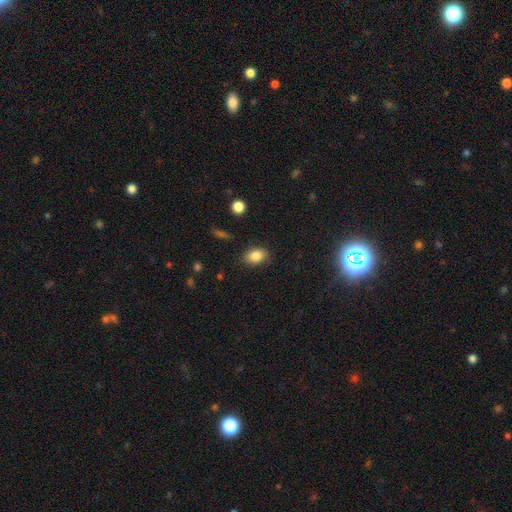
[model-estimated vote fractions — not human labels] The model was most divided on "how rounded": in between: 80%, round: 18%, cigar-shaped: 1%. More confident: smooth or featured — smooth (85%); merging — none (81%).